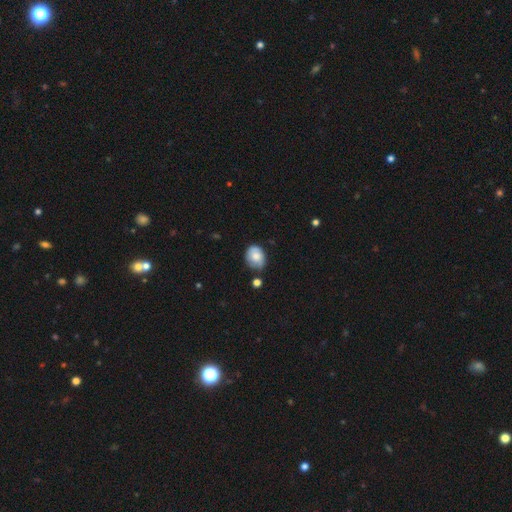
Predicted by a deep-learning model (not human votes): A smooth galaxy with no disk features (75%) that is in between round and cigar-shaped (57%). Merging: none (62%).